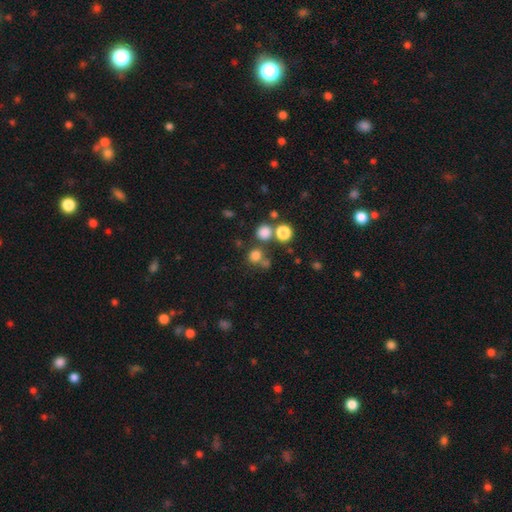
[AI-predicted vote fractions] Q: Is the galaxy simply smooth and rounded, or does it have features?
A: smooth — 75%.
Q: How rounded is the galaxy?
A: round — 89%.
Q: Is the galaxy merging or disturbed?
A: none — 68%.